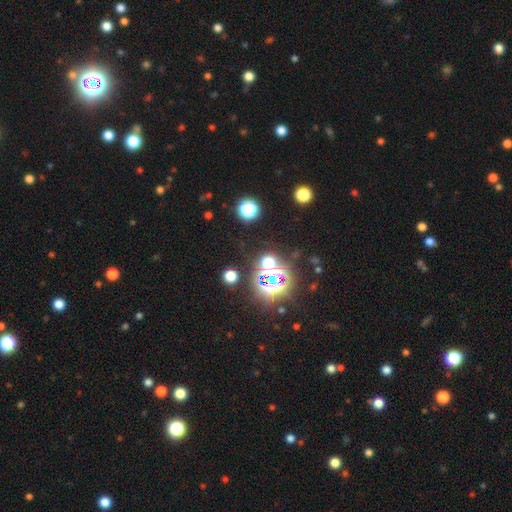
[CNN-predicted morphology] type=star or artifact (80%).